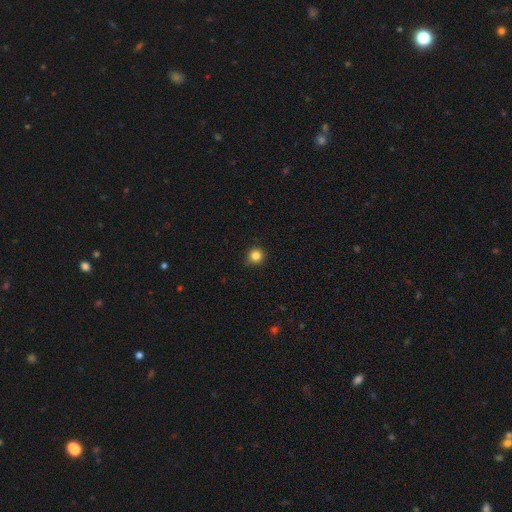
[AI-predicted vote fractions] Q: Smooth or featured?
A: smooth (84%); runner-up: star or artifact (12%)
Q: How rounded?
A: round (93%); runner-up: in between (6%)
Q: Merging?
A: none (91%); runner-up: minor disturbance (7%)